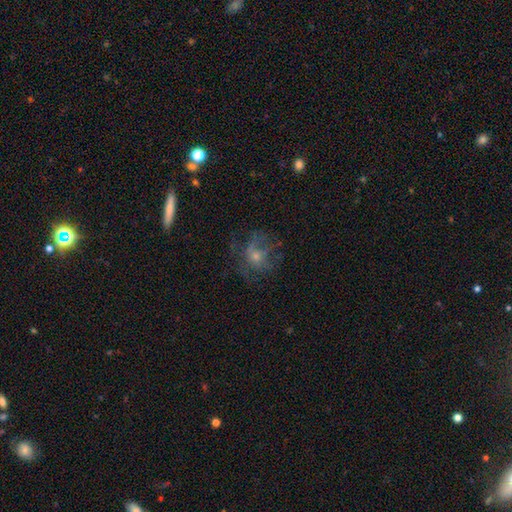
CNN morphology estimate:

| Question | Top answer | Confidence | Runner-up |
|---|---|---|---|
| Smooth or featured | featured or disk | 48% | smooth (35%) |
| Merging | none | 55% | major disturbance (24%) |